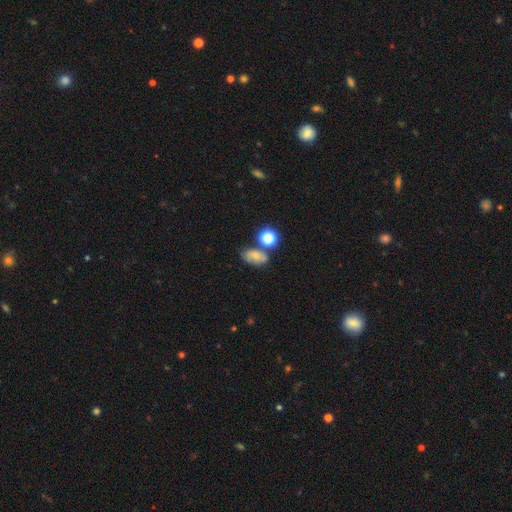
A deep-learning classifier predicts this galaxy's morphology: Smooth or featured? smooth (59%)
How rounded? in between (74%)
Merging? none (54%)